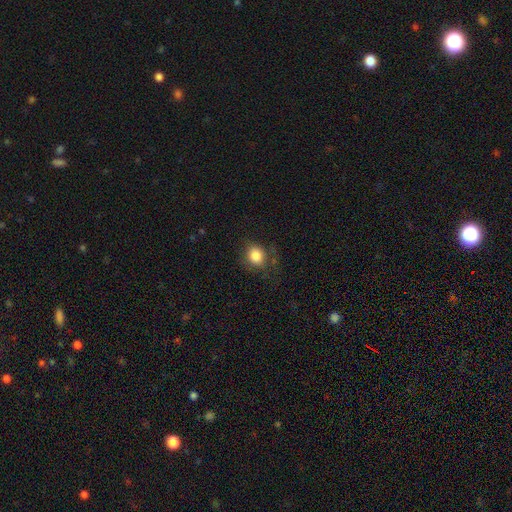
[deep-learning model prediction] This appears to be a smooth galaxy with no disk features (83%) that is round (67%). Merging: none (67%).